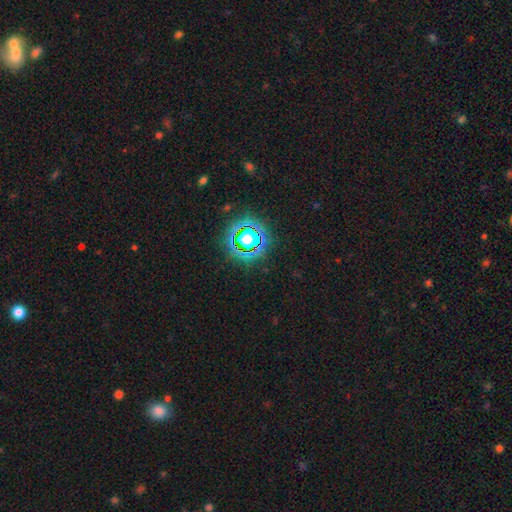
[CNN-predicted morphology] A star or artifact, not a galaxy (82%).